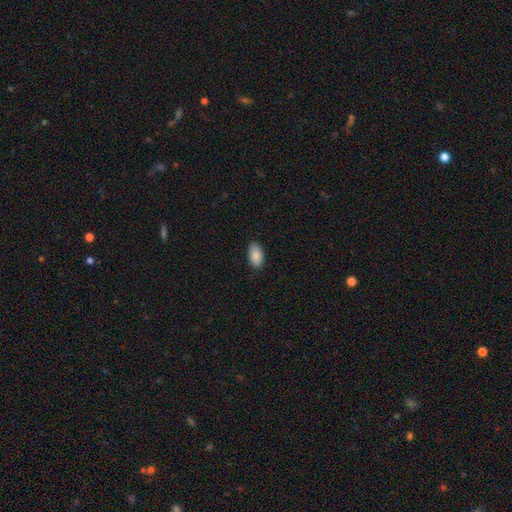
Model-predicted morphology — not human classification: The model was most divided on "merging": none: 87%, minor disturbance: 10%, major disturbance: 2%, merger: 1%. More confident: how rounded — in between (95%); smooth or featured — smooth (87%).